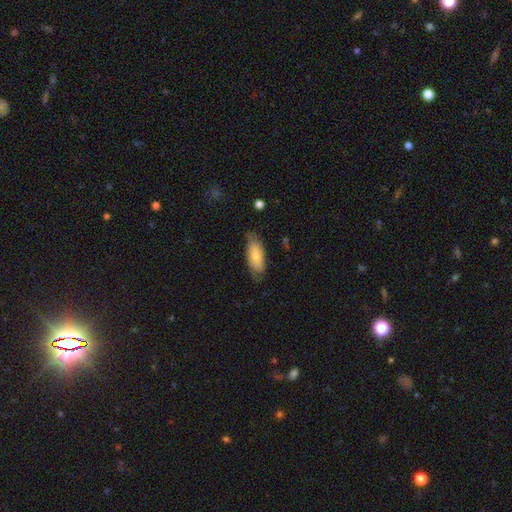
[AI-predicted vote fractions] smooth-or-featured: smooth: 70% | featured or disk: 24% | star or artifact: 6%
  how-rounded: in between: 80% | cigar-shaped: 18% | round: 2%
  merging: none: 69% | minor disturbance: 25% | major disturbance: 5% | merger: 1%